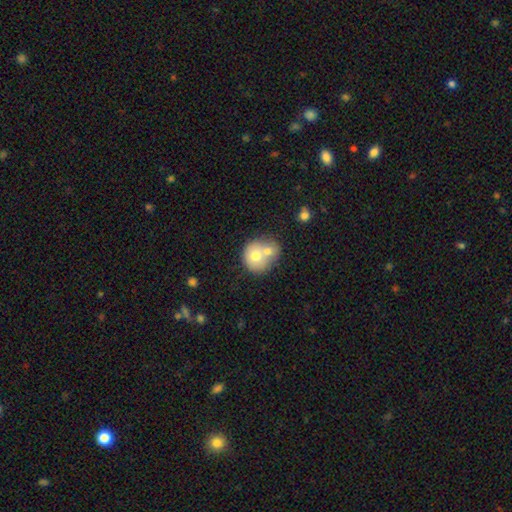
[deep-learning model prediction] Smooth or featured? smooth (67%)
How rounded? round (77%)
Merging? merger (62%)